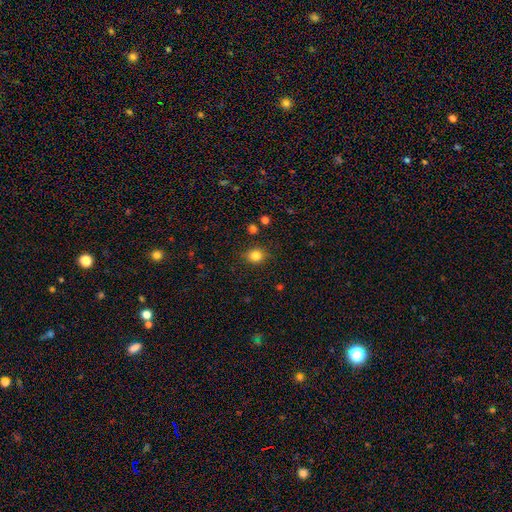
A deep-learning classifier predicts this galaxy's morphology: Smooth or featured? Predicted: smooth (p=0.82). How rounded? Predicted: round (p=0.72). Merging? Predicted: none (p=0.85).